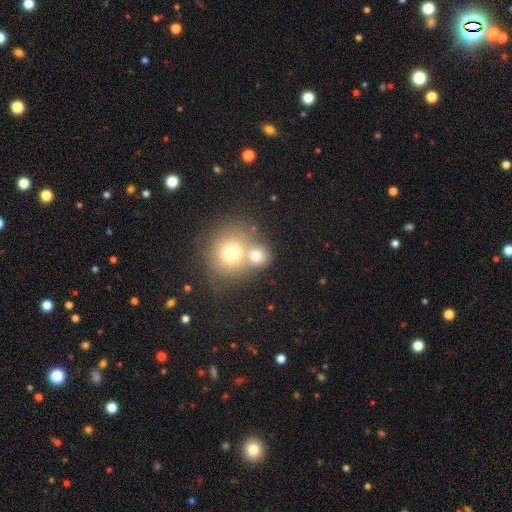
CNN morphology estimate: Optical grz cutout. It shows a smooth galaxy with no disk features (73%) that is round (80%). Merging: merger (53%).